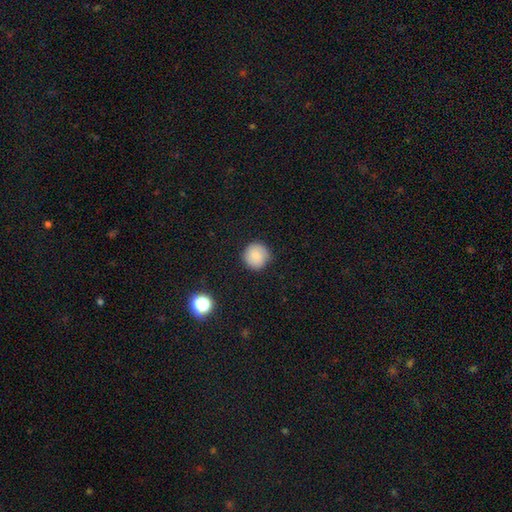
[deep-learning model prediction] Q: Smooth or featured?
A: smooth (84%); runner-up: star or artifact (9%)
Q: How rounded?
A: round (94%); runner-up: in between (5%)
Q: Merging?
A: none (87%); runner-up: minor disturbance (9%)